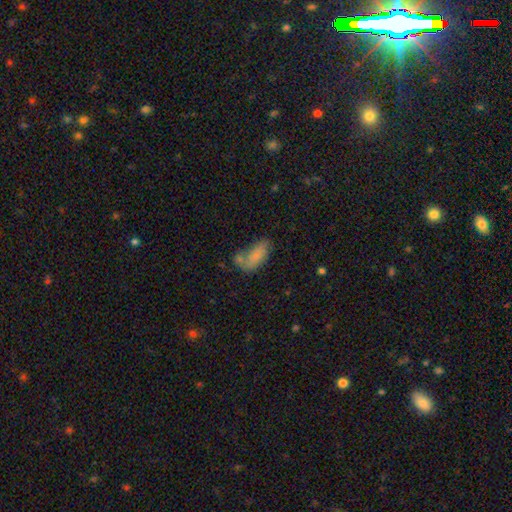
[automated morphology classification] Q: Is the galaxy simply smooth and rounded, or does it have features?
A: smooth — 76%.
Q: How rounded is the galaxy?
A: in between — 84%.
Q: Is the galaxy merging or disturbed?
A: none — 39%.